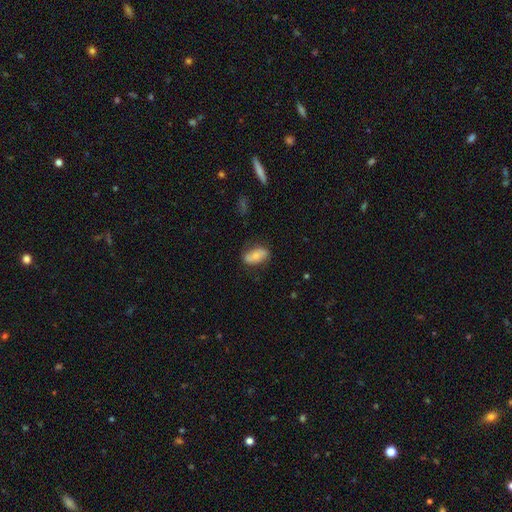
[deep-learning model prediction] Q: Smooth or featured?
A: smooth (68%); runner-up: featured or disk (25%)
Q: How rounded?
A: in between (91%); runner-up: cigar-shaped (5%)
Q: Merging?
A: none (74%); runner-up: minor disturbance (19%)